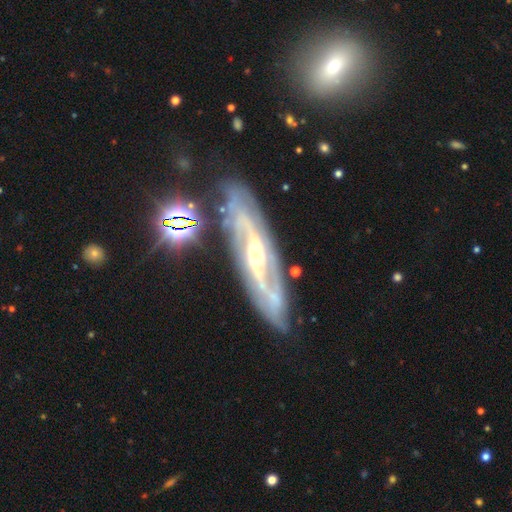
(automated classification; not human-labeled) Smooth or featured?
  - featured or disk: 87% *
  - star or artifact: 7%
  - smooth: 6%
Edge-on disk?
  - no: 79% *
  - yes: 21%
Bar?
  - weak: 38% *
  - strong: 36%
  - no: 26%
Spiral arms?
  - yes: 95% *
  - no: 5%
Spiral winding?
  - medium: 43% *
  - tight: 41%
  - loose: 16%
Spiral arm count?
  - 2: 66% *
  - can't tell: 17%
  - 3: 7%
  - 4: 3%
  - 1: 3%
  - more than 4: 3%
Bulge size?
  - moderate: 53% *
  - small: 34%
  - large: 8%
  - none: 3%
  - dominant: 2%
Merging?
  - none: 77% *
  - minor disturbance: 14%
  - major disturbance: 5%
  - merger: 3%